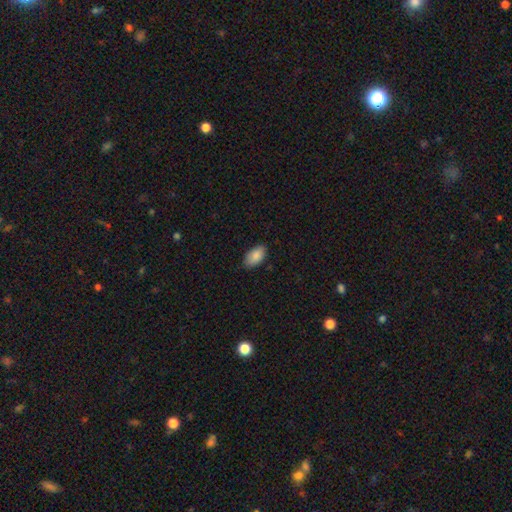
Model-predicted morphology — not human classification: type=smooth (88%); roundness=in between (95%); merging=none (84%).